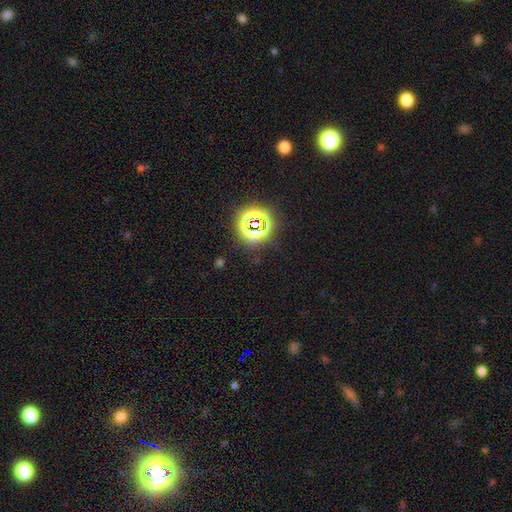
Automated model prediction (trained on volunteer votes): The model was most divided on "smooth or featured": star or artifact: 76%, smooth: 16%, featured or disk: 8%.